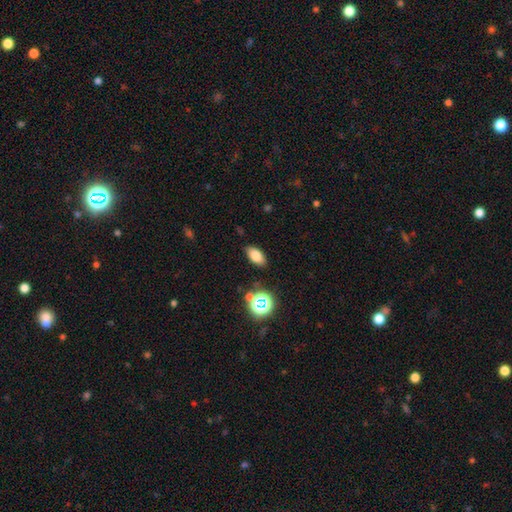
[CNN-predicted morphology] Smooth or featured: smooth — 76% (star or artifact — 14%)
How rounded: in between — 88% (round — 6%)
Merging: none — 85% (minor disturbance — 10%)